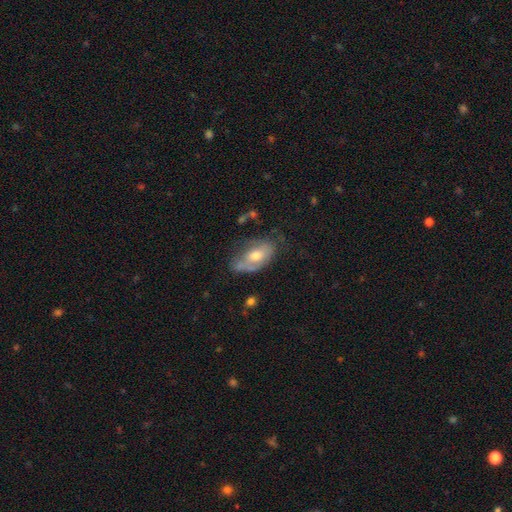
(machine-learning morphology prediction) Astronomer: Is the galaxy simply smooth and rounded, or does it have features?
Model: smooth — 47% (runner-up: featured or disk, 46%).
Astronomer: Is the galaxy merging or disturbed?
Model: none — 45% (runner-up: minor disturbance, 31%).